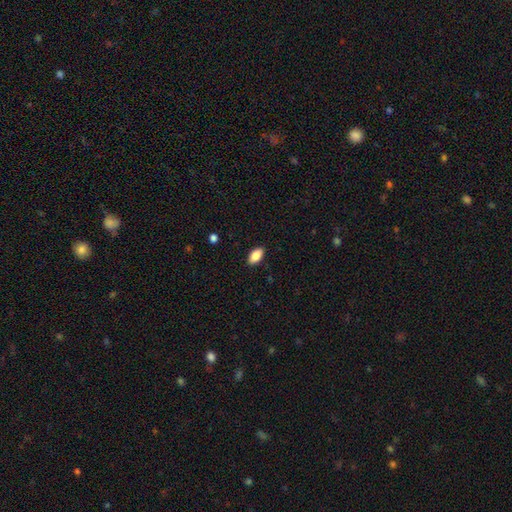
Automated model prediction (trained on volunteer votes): A smooth galaxy with no disk features (86%) that is in between round and cigar-shaped (92%). Merging: none (89%).